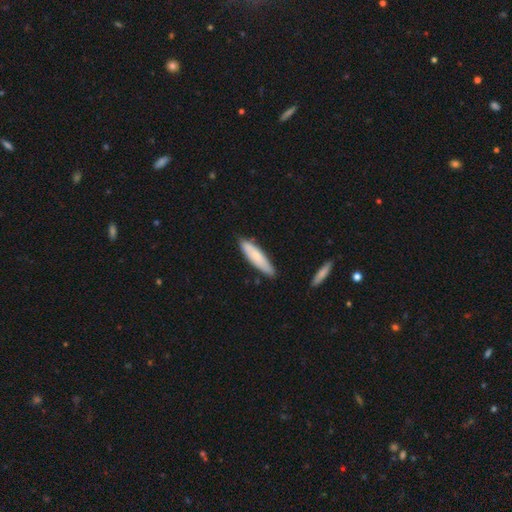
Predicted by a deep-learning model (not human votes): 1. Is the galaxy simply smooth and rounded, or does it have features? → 75% smooth, 19% featured or disk, 5% star or artifact.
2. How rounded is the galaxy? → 75% cigar-shaped, 24% in between, 1% round.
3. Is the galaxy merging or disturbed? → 79% none, 16% minor disturbance, 2% merger, 2% major disturbance.